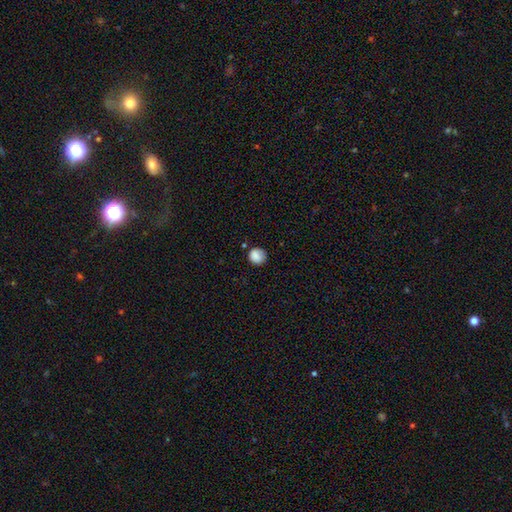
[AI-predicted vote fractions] Smooth or featured?
  - smooth: 86% *
  - star or artifact: 9%
  - featured or disk: 6%
How rounded?
  - round: 86% *
  - in between: 13%
  - cigar-shaped: 1%
Merging?
  - none: 76% *
  - minor disturbance: 17%
  - major disturbance: 4%
  - merger: 3%